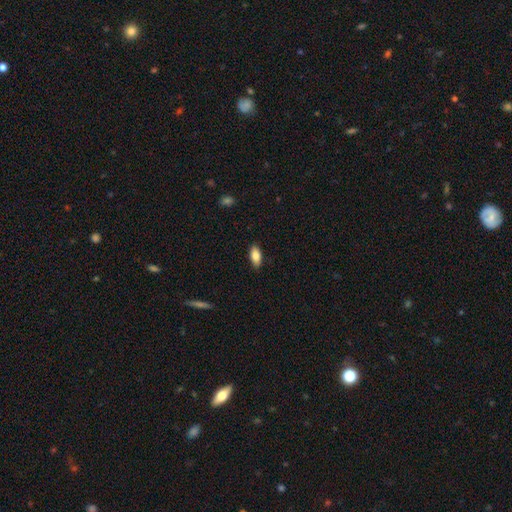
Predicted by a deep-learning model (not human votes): This is clearly a smooth galaxy (80%). How rounded: clearly in between (87%). Merging: clearly none (88%).